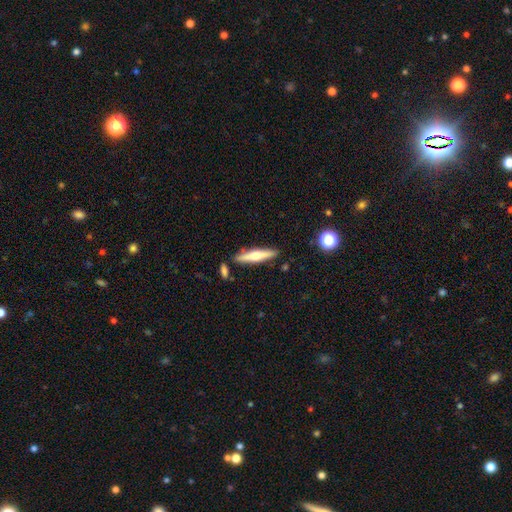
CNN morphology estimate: This is possibly a smooth galaxy (48%). Merging: clearly none (85%).